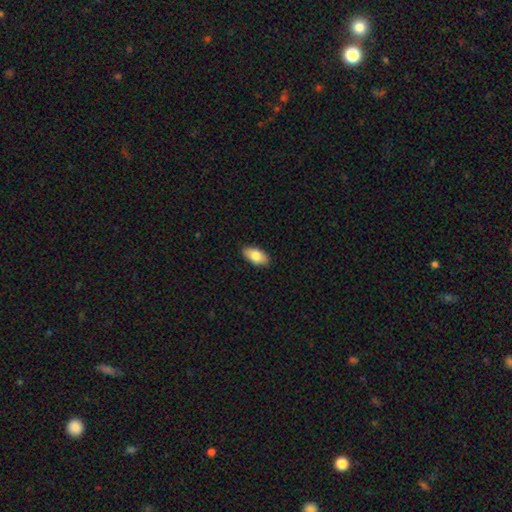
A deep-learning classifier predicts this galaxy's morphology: smooth_or_featured: smooth (p=0.81) [alt: featured or disk p=0.13]
how_rounded: in between (p=0.92) [alt: cigar-shaped p=0.04]
merging: none (p=0.88) [alt: minor disturbance p=0.09]